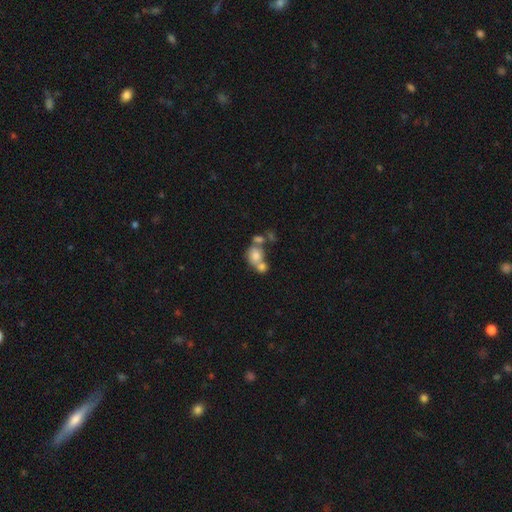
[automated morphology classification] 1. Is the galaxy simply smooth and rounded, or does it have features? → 71% smooth, 18% featured or disk, 11% star or artifact.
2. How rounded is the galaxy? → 60% round, 39% in between, 1% cigar-shaped.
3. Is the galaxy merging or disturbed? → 59% merger, 27% none, 9% minor disturbance, 6% major disturbance.